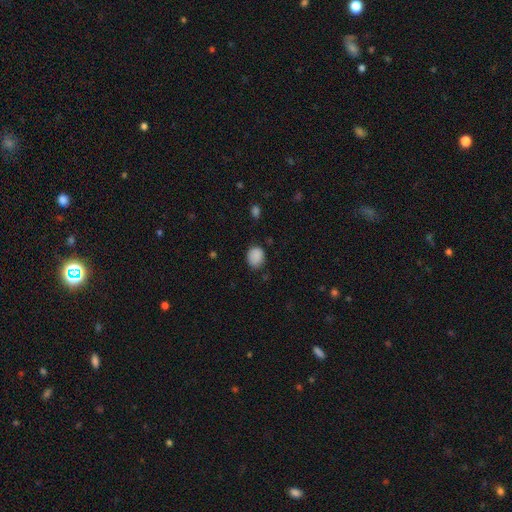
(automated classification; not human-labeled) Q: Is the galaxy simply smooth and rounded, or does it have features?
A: smooth — 87%.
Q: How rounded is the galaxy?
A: round — 58%.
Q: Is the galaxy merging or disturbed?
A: none — 75%.